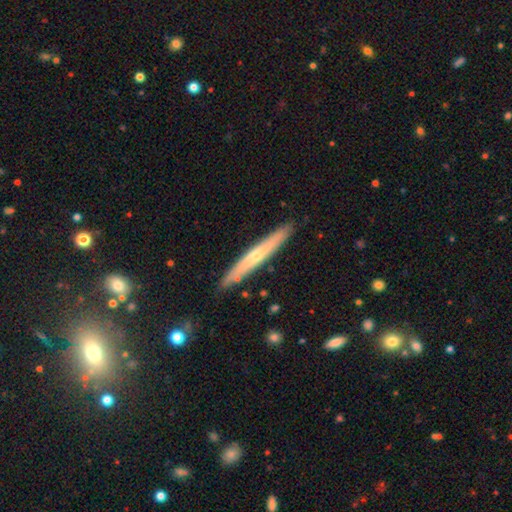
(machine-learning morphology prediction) Overall: featured or disk (53%; smooth 42%). Edge-on disk: yes (92%). Merging: none (87%).